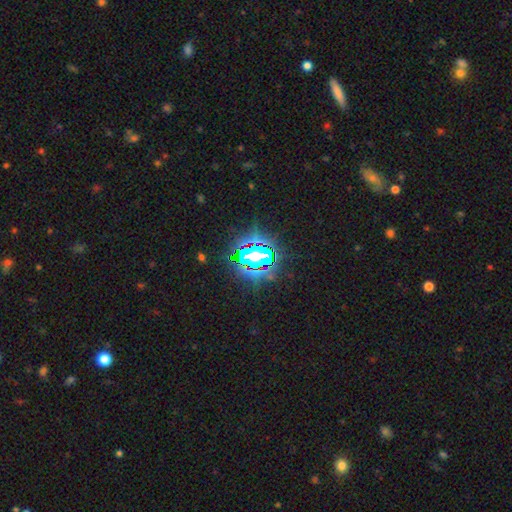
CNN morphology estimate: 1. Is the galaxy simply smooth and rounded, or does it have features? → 76% star or artifact, 14% smooth, 10% featured or disk.